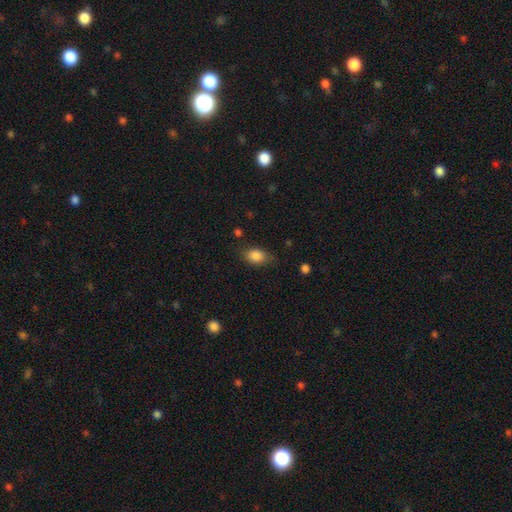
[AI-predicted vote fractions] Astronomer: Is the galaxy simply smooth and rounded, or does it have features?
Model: smooth — 85%.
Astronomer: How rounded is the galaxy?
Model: in between — 80%.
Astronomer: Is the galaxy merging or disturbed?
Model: none — 74%.